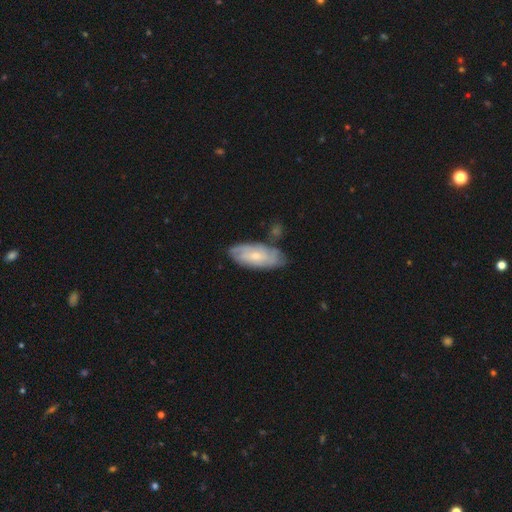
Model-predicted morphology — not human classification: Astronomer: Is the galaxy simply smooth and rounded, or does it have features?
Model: featured or disk — 62%.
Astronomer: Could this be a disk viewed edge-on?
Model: no — 90%.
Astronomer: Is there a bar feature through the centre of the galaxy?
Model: no — 63%.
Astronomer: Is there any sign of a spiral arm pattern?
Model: yes — 83%.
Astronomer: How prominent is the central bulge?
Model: small — 61%.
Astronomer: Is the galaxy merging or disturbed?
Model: none — 66%.